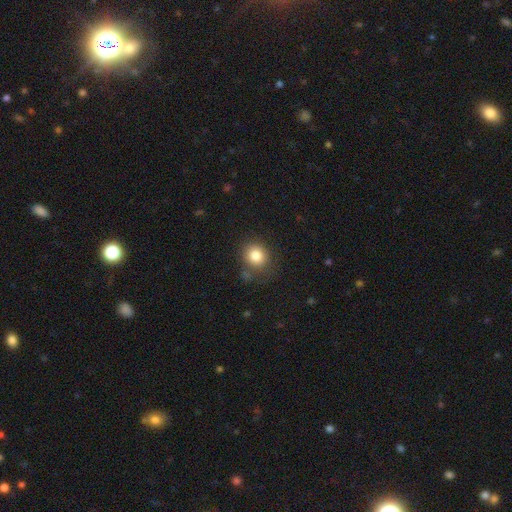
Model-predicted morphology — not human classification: Smooth or featured? Predicted: smooth (p=0.82). How rounded? Predicted: round (p=0.79). Merging? Predicted: none (p=0.77).